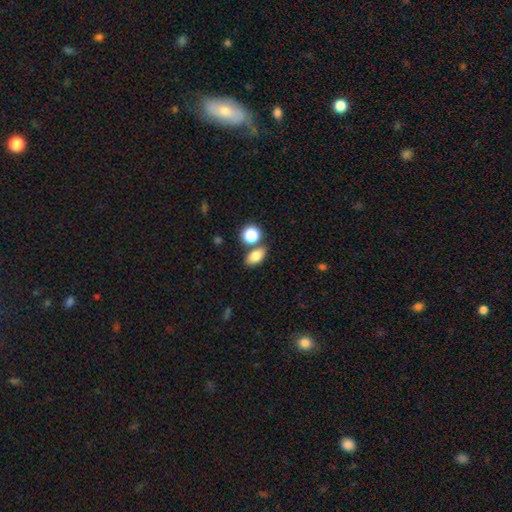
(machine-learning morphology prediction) smooth-or-featured: smooth: 81% | star or artifact: 11% | featured or disk: 9%
  how-rounded: in between: 82% | round: 15% | cigar-shaped: 3%
  merging: none: 69% | merger: 18% | minor disturbance: 10% | major disturbance: 3%